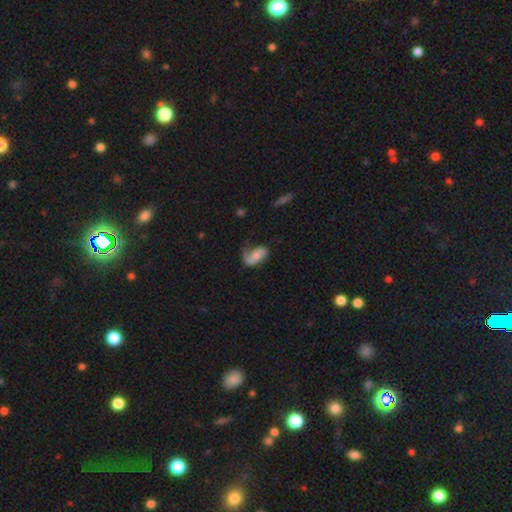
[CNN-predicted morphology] type=featured or disk (64%); edge-on=no (97%); bar=no (55%); spiral arms=yes (91%); winding=loose (55%); arm count=2 (56%); bulge=none (35%); merging=none (47%).